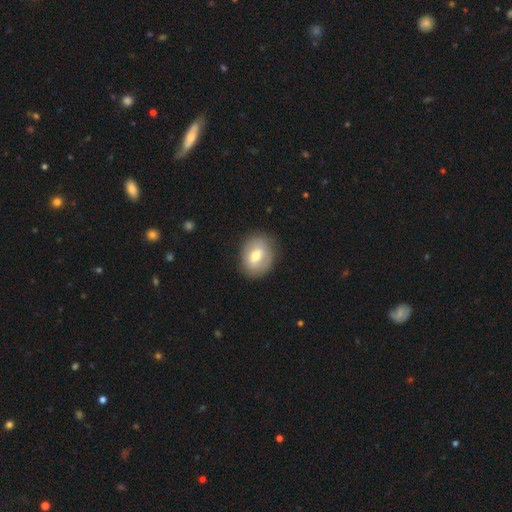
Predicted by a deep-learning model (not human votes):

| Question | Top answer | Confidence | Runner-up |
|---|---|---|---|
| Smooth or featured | smooth | 58% | featured or disk (35%) |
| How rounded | round | 53% | in between (46%) |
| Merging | none | 84% | minor disturbance (12%) |